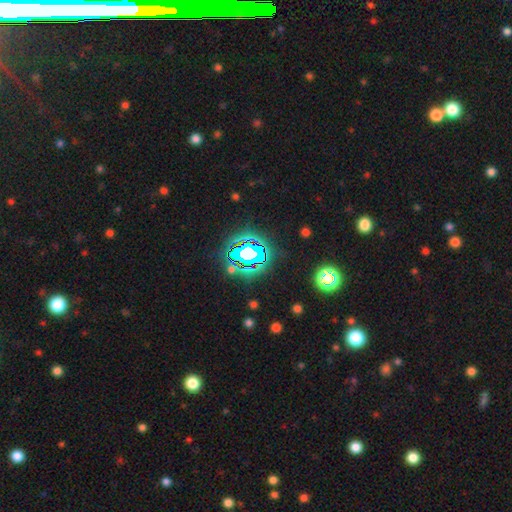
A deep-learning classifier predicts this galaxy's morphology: The model was most divided on "smooth or featured": star or artifact: 71%, smooth: 17%, featured or disk: 12%.